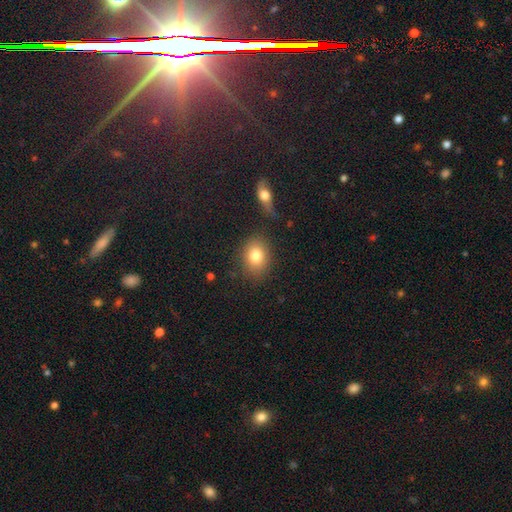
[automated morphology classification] A smooth galaxy with no disk features (81%) that is in between round and cigar-shaped (54%). Merging: none (81%).